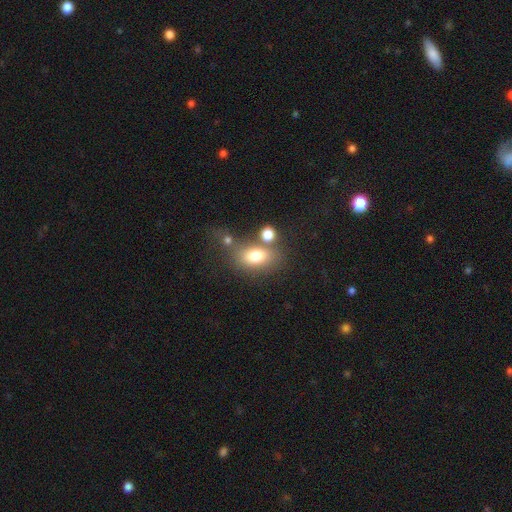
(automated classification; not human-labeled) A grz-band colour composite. It shows a smooth galaxy with no disk features (76%) that is in between round and cigar-shaped (78%). Merging: none (53%).